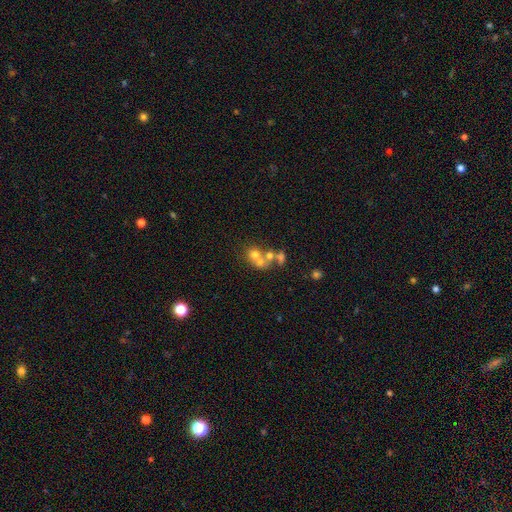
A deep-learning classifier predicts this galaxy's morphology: type=smooth (51%); roundness=round (75%); merging=merger (54%).